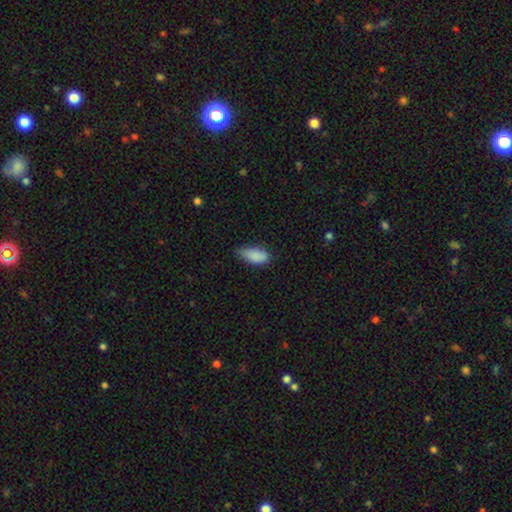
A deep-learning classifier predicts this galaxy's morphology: Smooth or featured: smooth — 87% (star or artifact — 7%)
How rounded: in between — 88% (cigar-shaped — 9%)
Merging: none — 58% (minor disturbance — 34%)